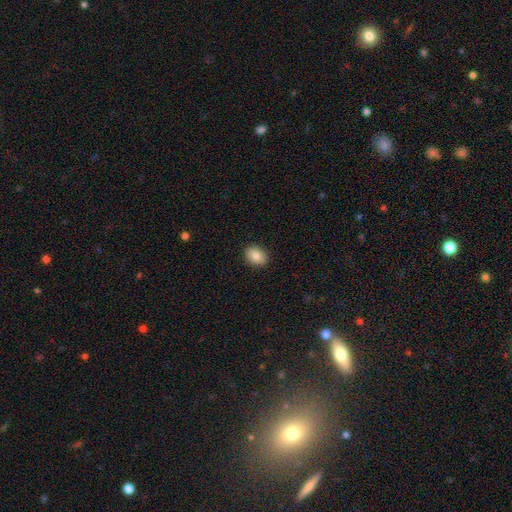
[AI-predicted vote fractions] The model was most divided on "how rounded": in between: 63%, round: 36%, cigar-shaped: 1%. More confident: merging — none (90%); smooth or featured — smooth (86%).